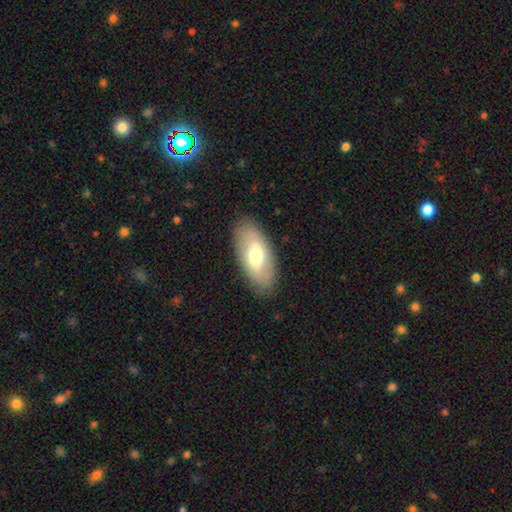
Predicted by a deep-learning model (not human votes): smooth_or_featured: smooth (p=0.57) [alt: featured or disk p=0.37]
how_rounded: in between (p=0.91) [alt: cigar-shaped p=0.06]
merging: none (p=0.85) [alt: minor disturbance p=0.11]